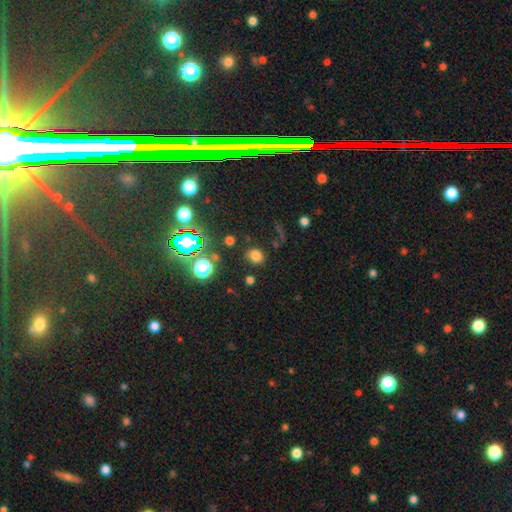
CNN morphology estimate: smooth-or-featured: smooth: 72% | star or artifact: 22% | featured or disk: 6%
  how-rounded: round: 78% | in between: 21% | cigar-shaped: 1%
  merging: none: 81% | minor disturbance: 11% | major disturbance: 5% | merger: 4%